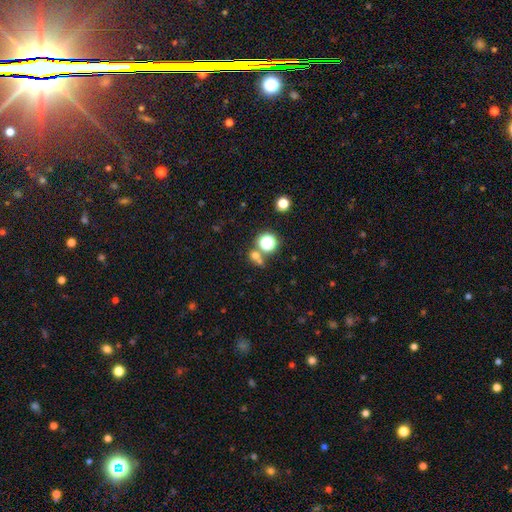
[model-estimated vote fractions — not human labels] Morphology: type=smooth (57%); roundness=round (81%); merging=none (57%).